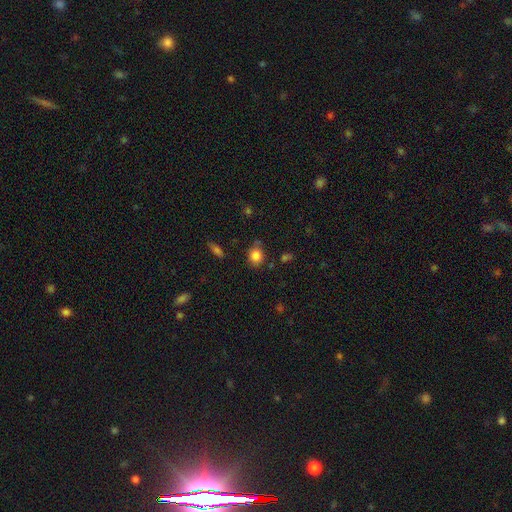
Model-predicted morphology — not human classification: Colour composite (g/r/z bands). It shows a smooth galaxy with no disk features (84%) that is round (68%). Merging: none (75%).